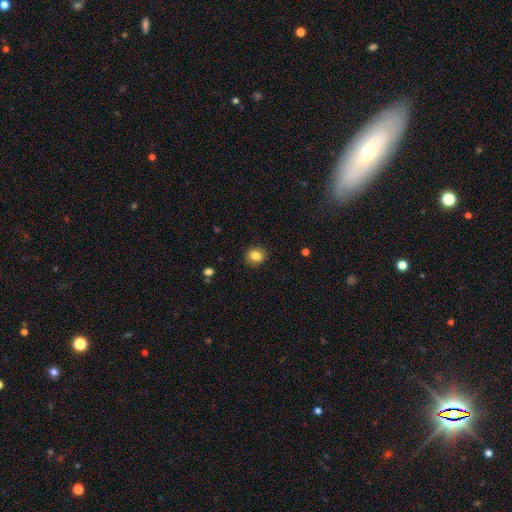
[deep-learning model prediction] Morphology: type=smooth (84%); roundness=round (76%); merging=none (90%).